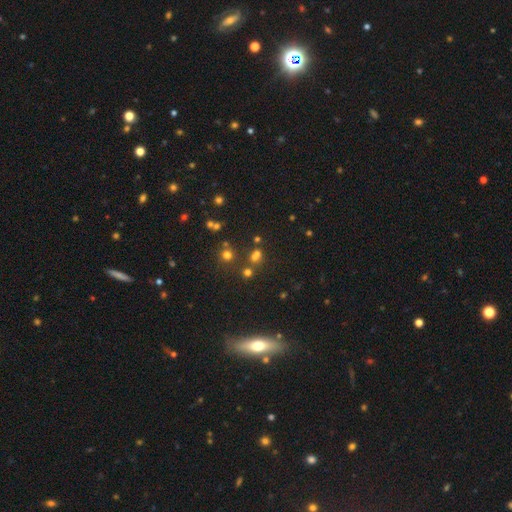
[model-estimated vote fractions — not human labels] smooth 54%, star or artifact 36%, featured or disk 10%. Down the decision tree: how rounded — round (65%); merging — none (61%).